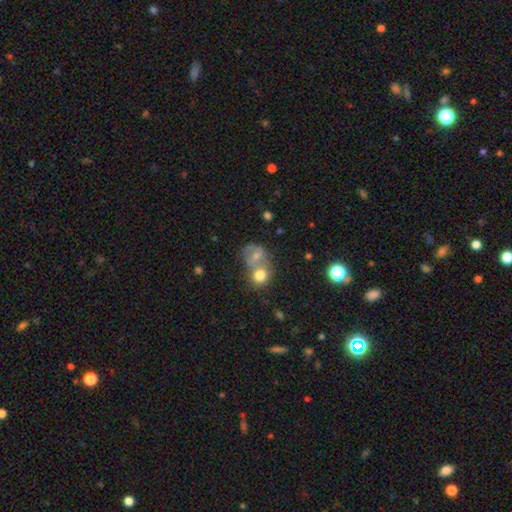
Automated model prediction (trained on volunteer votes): This is possibly a smooth galaxy (59%). How rounded: likely round (60%). Merging: likely merger (61%).